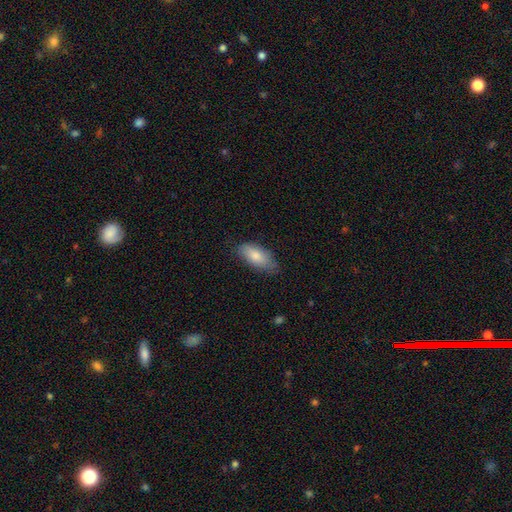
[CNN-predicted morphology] Smooth or featured?
  - smooth: 81% *
  - featured or disk: 13%
  - star or artifact: 6%
How rounded?
  - in between: 88% *
  - cigar-shaped: 10%
  - round: 2%
Merging?
  - none: 72% *
  - minor disturbance: 23%
  - major disturbance: 4%
  - merger: 1%